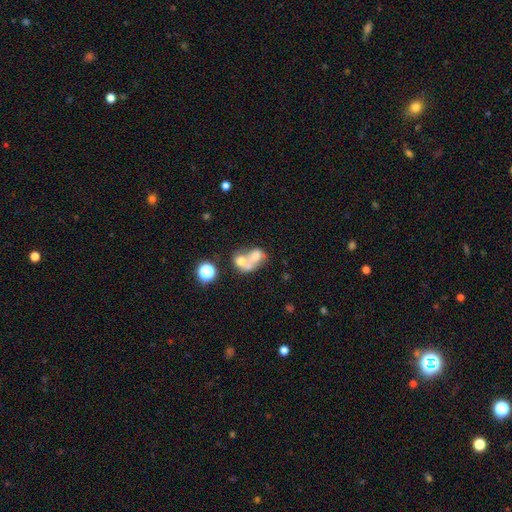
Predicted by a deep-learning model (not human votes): Morphology: type=smooth (55%); roundness=in between (63%); merging=merger (70%).